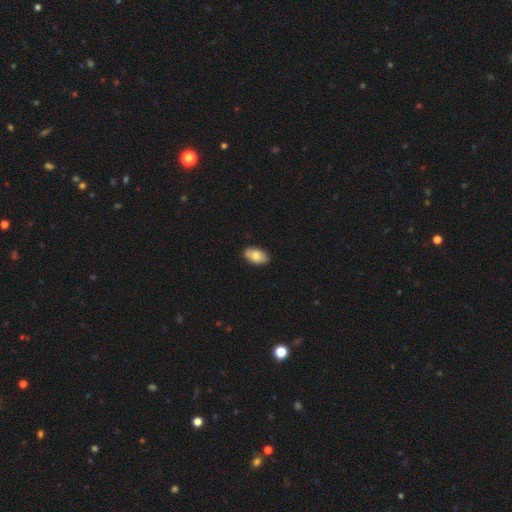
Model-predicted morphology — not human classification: A smooth galaxy with no disk features (79%) that is in between round and cigar-shaped (94%).

Vote fractions:
- Smooth or featured? smooth: 79% / featured or disk: 14% / star or artifact: 6%
- How rounded? in between: 94% / round: 5% / cigar-shaped: 2%
- Merging? none: 86% / minor disturbance: 11% / major disturbance: 2% / merger: 1%